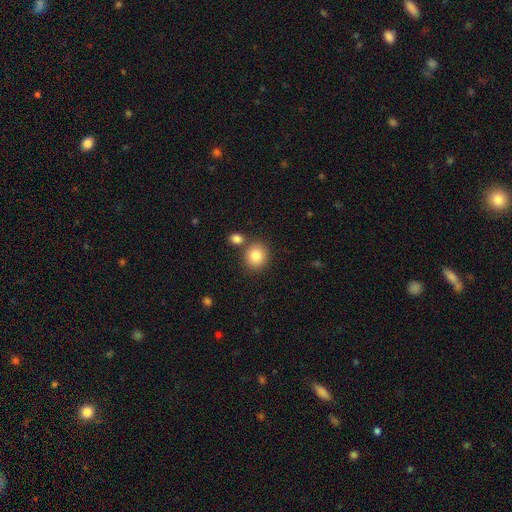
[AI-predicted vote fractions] smooth-or-featured: smooth: 85% | star or artifact: 9% | featured or disk: 6%
  how-rounded: round: 81% | in between: 18% | cigar-shaped: 1%
  merging: none: 73% | merger: 15% | minor disturbance: 9% | major disturbance: 3%